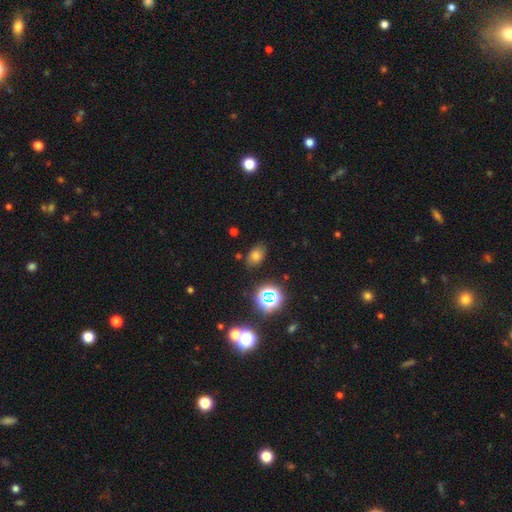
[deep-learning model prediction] smooth 67%, star or artifact 24%, featured or disk 9%. Down the decision tree: how rounded — in between (77%); merging — none (81%).